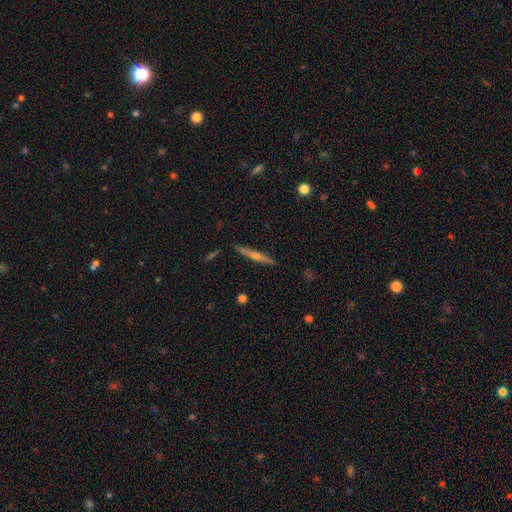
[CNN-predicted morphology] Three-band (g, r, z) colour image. It shows a featured or disk galaxy (62%) viewed edge-on (97%) with a rounded central bulge (77%). Merging: none (90%).